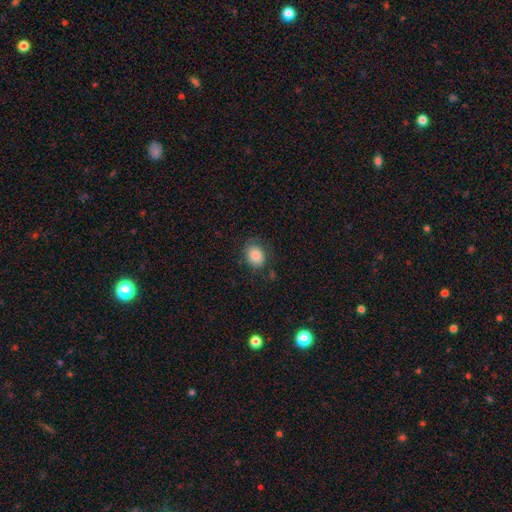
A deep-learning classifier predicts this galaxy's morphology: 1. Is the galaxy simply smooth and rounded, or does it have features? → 82% smooth, 10% featured or disk, 8% star or artifact.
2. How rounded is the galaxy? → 56% in between, 43% round, 1% cigar-shaped.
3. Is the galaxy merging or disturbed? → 70% none, 20% minor disturbance, 8% major disturbance, 2% merger.